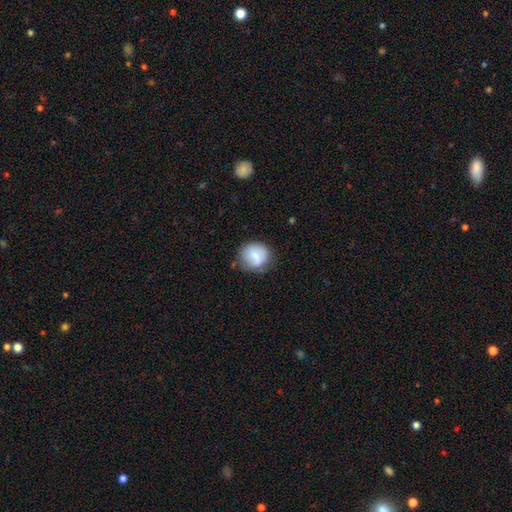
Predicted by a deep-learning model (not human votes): Smooth or featured? Predicted: smooth (p=0.74). How rounded? Predicted: round (p=0.79). Merging? Predicted: none (p=0.68).